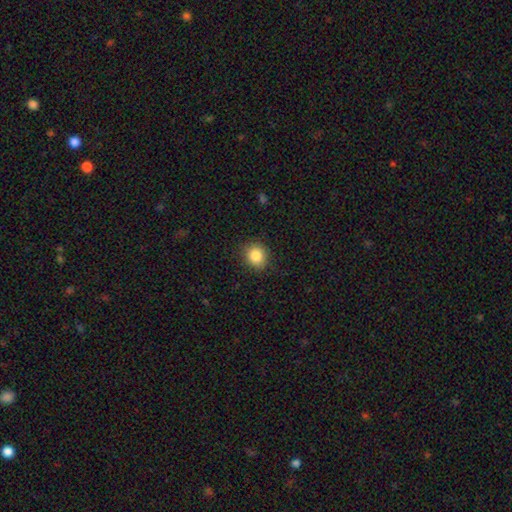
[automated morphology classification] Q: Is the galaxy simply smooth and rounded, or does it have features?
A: smooth — 86%.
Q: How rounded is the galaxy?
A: round — 77%.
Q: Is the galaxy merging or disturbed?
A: none — 86%.